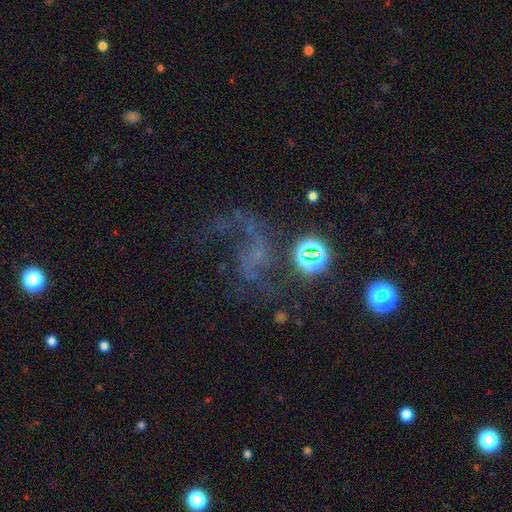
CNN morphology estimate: The model was most divided on "merging": none: 43%, major disturbance: 34%, minor disturbance: 16%, merger: 6%. More confident: edge-on disk — no (97%); spiral arms — yes (76%); bar — no (65%); smooth or featured — featured or disk (63%); bulge size — none (52%).